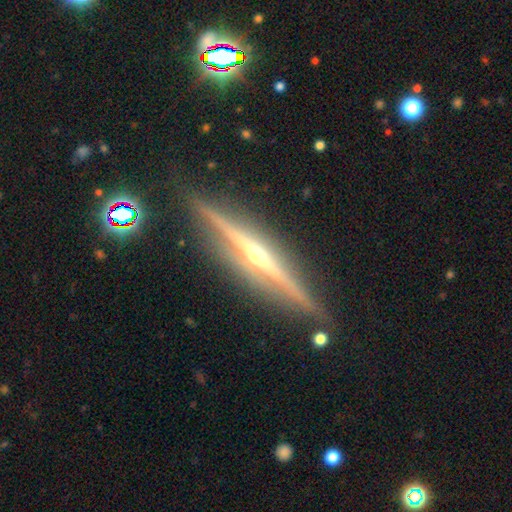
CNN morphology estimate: Smooth or featured? Predicted: featured or disk (p=0.87). Edge-on disk? Predicted: yes (p=0.98). Edge-on bulge? Predicted: rounded (p=0.84). Merging? Predicted: none (p=0.89).